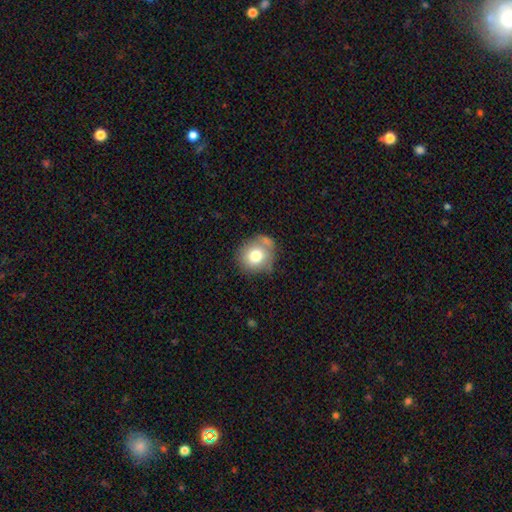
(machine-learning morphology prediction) The model was most divided on "merging": none: 60%, minor disturbance: 21%, merger: 13%, major disturbance: 6%. More confident: how rounded — round (82%); smooth or featured — smooth (75%).